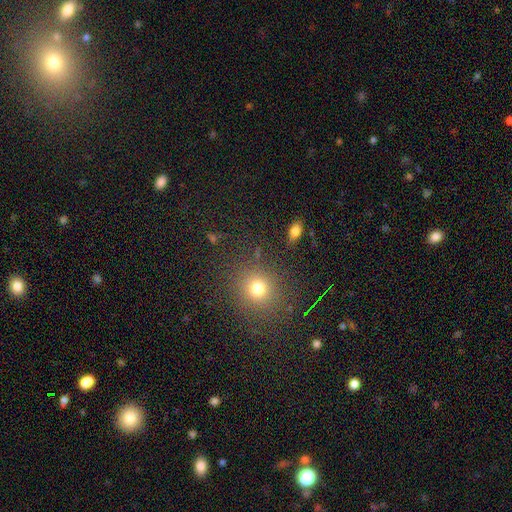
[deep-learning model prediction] Q: Smooth or featured?
A: smooth (64%); runner-up: star or artifact (29%)
Q: How rounded?
A: round (86%); runner-up: in between (13%)
Q: Merging?
A: none (88%); runner-up: minor disturbance (7%)